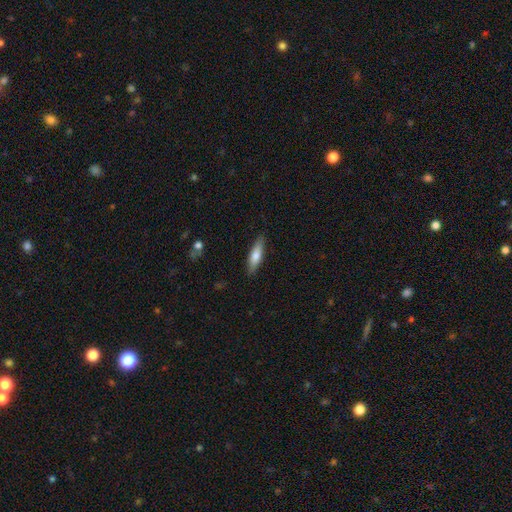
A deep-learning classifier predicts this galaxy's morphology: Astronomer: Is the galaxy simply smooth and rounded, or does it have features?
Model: smooth — 66%.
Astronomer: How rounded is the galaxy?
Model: cigar-shaped — 70%.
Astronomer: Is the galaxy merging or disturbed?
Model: none — 87%.